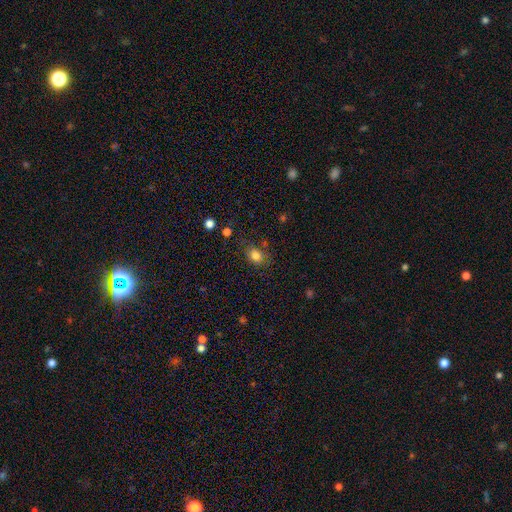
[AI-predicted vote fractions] Q: Smooth or featured?
A: smooth (82%); runner-up: star or artifact (12%)
Q: How rounded?
A: in between (60%); runner-up: round (38%)
Q: Merging?
A: none (69%); runner-up: minor disturbance (20%)